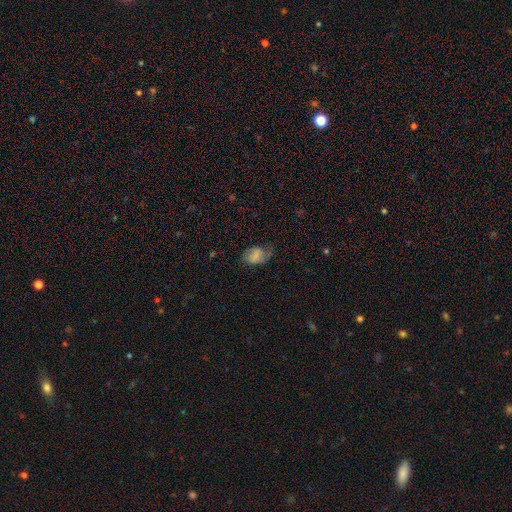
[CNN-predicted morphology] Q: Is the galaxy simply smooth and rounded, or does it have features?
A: smooth — 61%.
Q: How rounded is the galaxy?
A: in between — 79%.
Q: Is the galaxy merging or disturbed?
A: none — 44%.